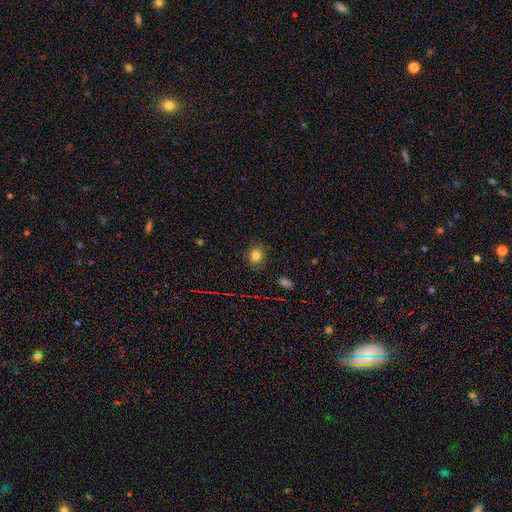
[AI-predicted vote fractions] This appears to be a smooth galaxy with no disk features (81%) that is round (62%). Merging: none (86%).